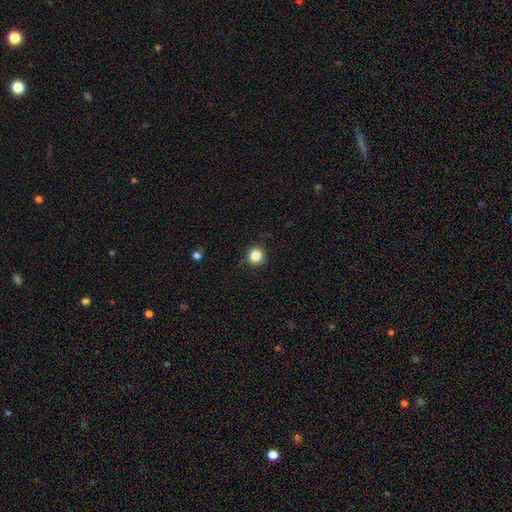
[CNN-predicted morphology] smooth_or_featured: smooth (p=0.84) [alt: star or artifact p=0.11]
how_rounded: round (p=0.89) [alt: in between p=0.10]
merging: none (p=0.81) [alt: minor disturbance p=0.14]